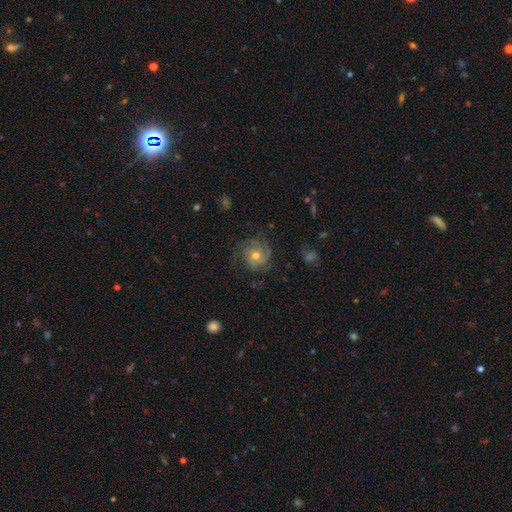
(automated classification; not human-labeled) smooth_or_featured: featured or disk (p=0.68) [alt: smooth p=0.23]
disk_edge_on: no (p=0.97) [alt: yes p=0.03]
bar: no (p=0.77) [alt: weak p=0.19]
has_spiral_arms: yes (p=0.90) [alt: no p=0.10]
spiral_winding: tight (p=0.50) [alt: medium p=0.36]
spiral_arm_count: 3 (p=0.31) [alt: can't tell p=0.28]
bulge_size: moderate (p=0.68) [alt: small p=0.25]
merging: none (p=0.68) [alt: minor disturbance p=0.20]